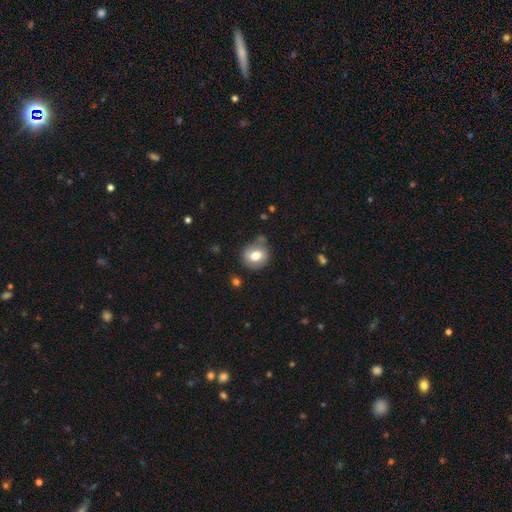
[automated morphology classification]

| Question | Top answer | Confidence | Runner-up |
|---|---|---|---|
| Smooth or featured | smooth | 69% | featured or disk (23%) |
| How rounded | round | 72% | in between (27%) |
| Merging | none | 63% | minor disturbance (25%) |